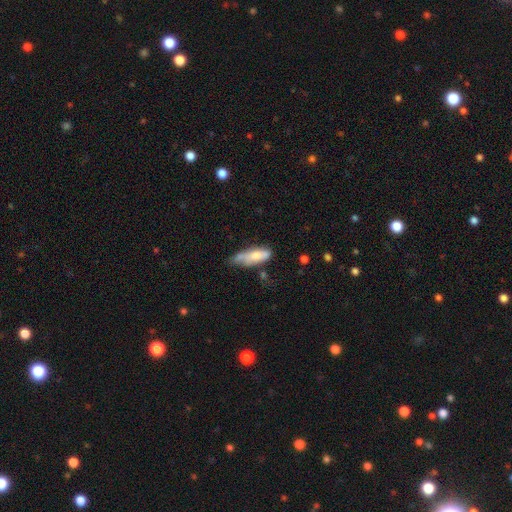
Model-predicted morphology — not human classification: type=smooth (64%); roundness=in between (60%); merging=minor disturbance (38%).